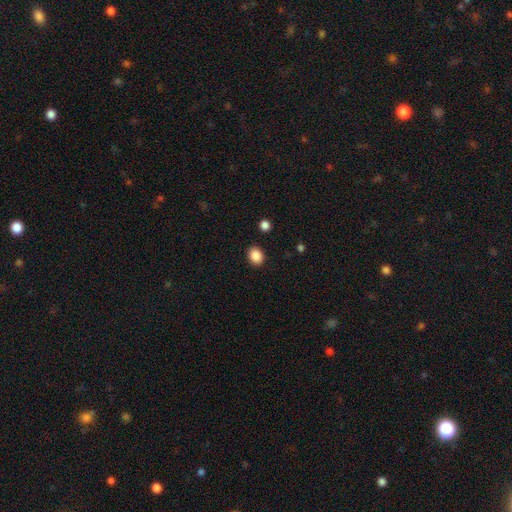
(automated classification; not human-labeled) smooth 88%, star or artifact 9%, featured or disk 3%. Down the decision tree: how rounded — round (53%); merging — none (90%).